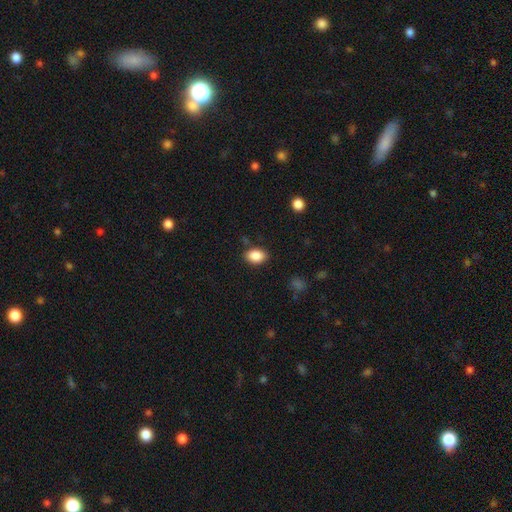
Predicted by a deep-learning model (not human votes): Morphology: type=smooth (88%); roundness=in between (82%); merging=none (84%).